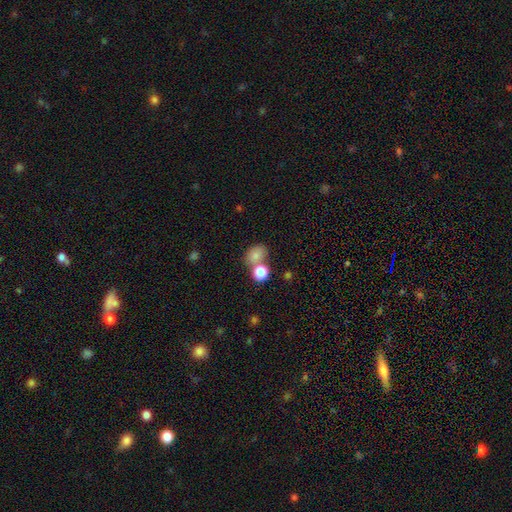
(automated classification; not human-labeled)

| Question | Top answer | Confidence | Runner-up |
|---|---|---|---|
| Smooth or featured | smooth | 78% | star or artifact (13%) |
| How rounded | in between | 56% | round (43%) |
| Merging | none | 51% | merger (31%) |